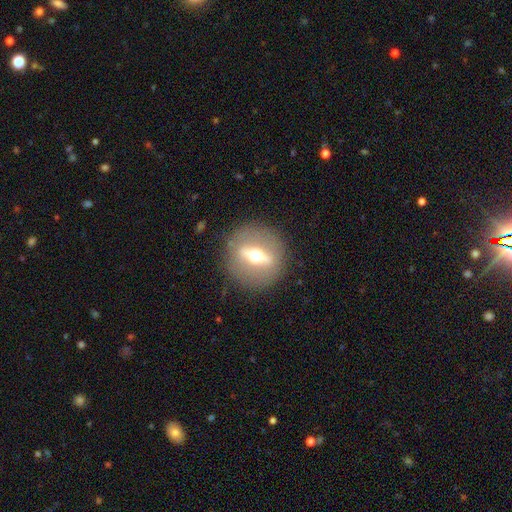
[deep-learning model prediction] Smooth or featured: featured or disk — 72% (smooth — 20%)
Edge-on disk: yes — 56% (no — 44%)
Merging: none — 88% (minor disturbance — 7%)